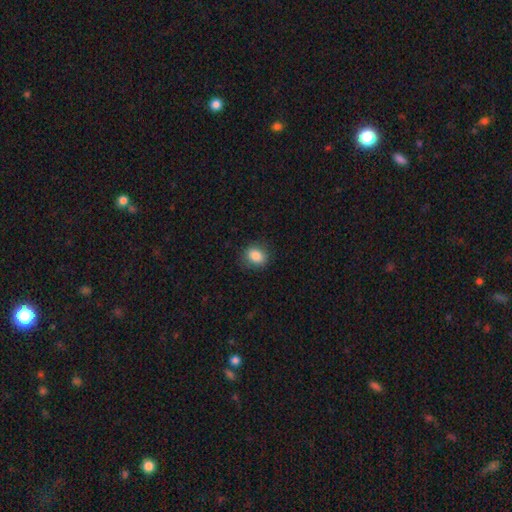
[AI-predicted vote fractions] A smooth galaxy with no disk features (86%) that is round (50%).

Vote fractions:
- Smooth or featured? smooth: 86% / star or artifact: 9% / featured or disk: 5%
- How rounded? round: 50% / in between: 49% / cigar-shaped: 1%
- Merging? none: 84% / minor disturbance: 12% / major disturbance: 3% / merger: 1%